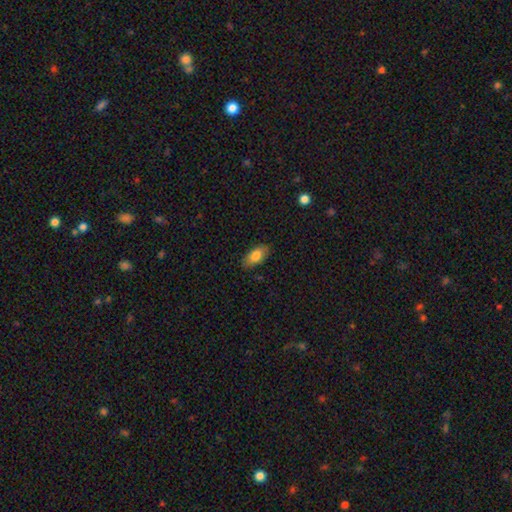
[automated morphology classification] Smooth or featured? smooth (81%)
How rounded? in between (90%)
Merging? none (85%)